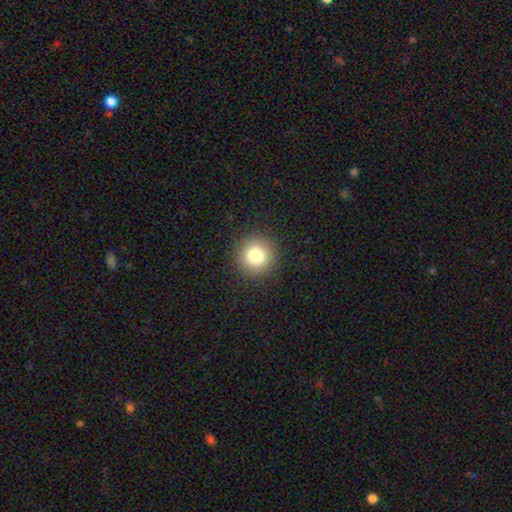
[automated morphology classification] Smooth or featured?
  - smooth: 80% *
  - star or artifact: 12%
  - featured or disk: 8%
How rounded?
  - round: 95% *
  - in between: 4%
  - cigar-shaped: 1%
Merging?
  - none: 91% *
  - minor disturbance: 6%
  - major disturbance: 2%
  - merger: 1%